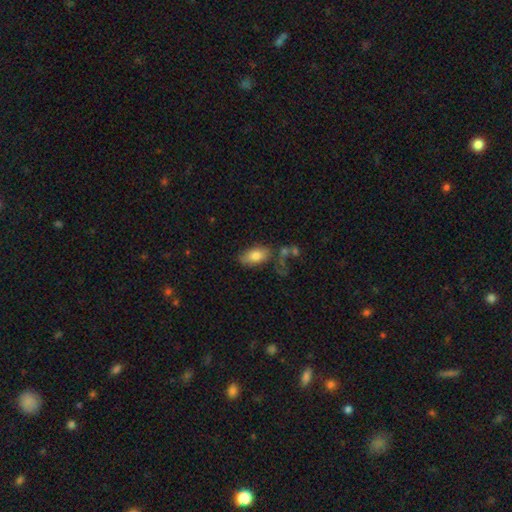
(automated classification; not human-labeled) The model was most divided on "merging": none: 64%, minor disturbance: 19%, merger: 9%, major disturbance: 8%. More confident: how rounded — in between (90%); smooth or featured — smooth (79%).